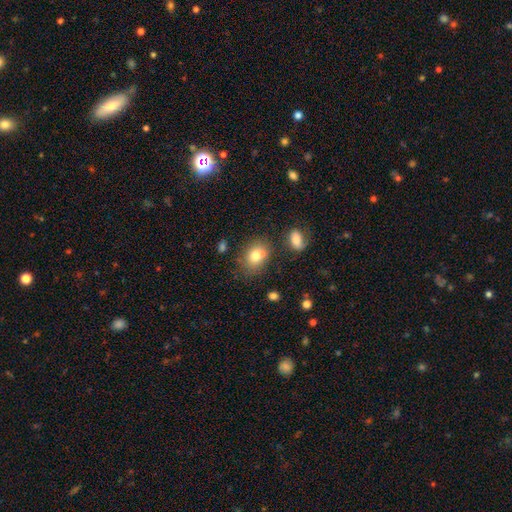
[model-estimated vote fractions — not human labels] Smooth or featured? Predicted: smooth (p=0.76). How rounded? Predicted: in between (p=0.61). Merging? Predicted: none (p=0.57).